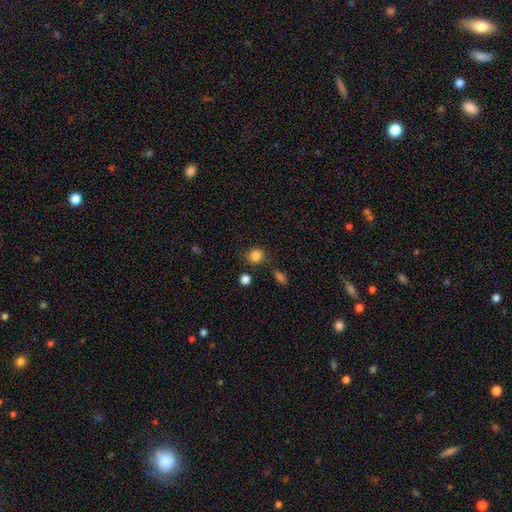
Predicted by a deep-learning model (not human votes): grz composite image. It shows a smooth galaxy with no disk features (85%) that is round (83%). Merging: none (79%).